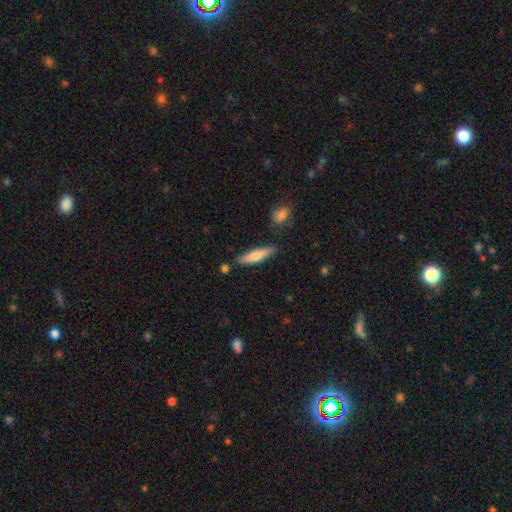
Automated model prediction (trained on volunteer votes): Overall: smooth (66%; featured or disk 28%). How rounded: cigar-shaped (79%). Merging: none (83%).